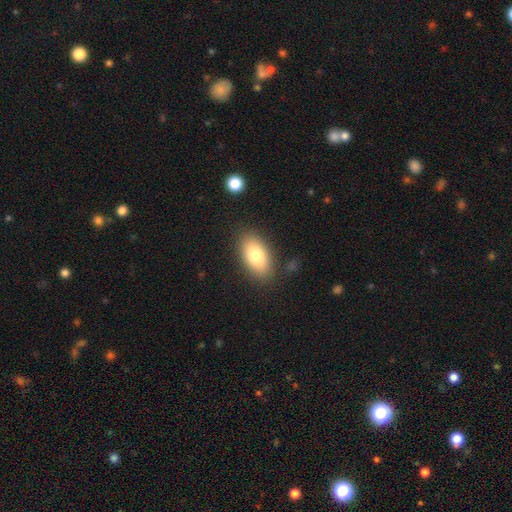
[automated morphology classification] Smooth or featured? Predicted: smooth (p=0.78). How rounded? Predicted: in between (p=0.92). Merging? Predicted: none (p=0.85).